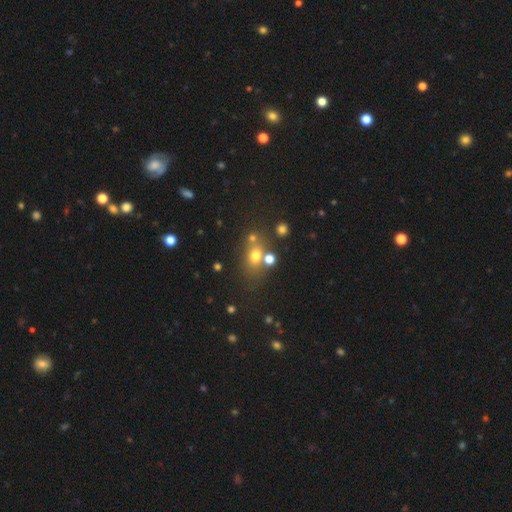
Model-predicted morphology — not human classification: smooth 68%, star or artifact 19%, featured or disk 13%. Down the decision tree: how rounded — in between (54%); merging — none (61%).